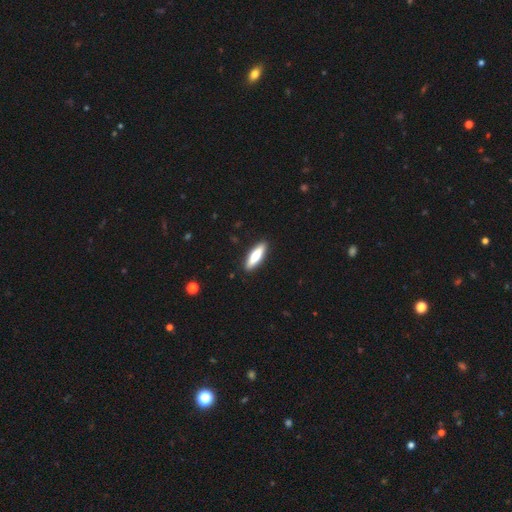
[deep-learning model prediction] This is likely a smooth galaxy (69%). How rounded: likely cigar-shaped (63%). Merging: clearly none (91%).